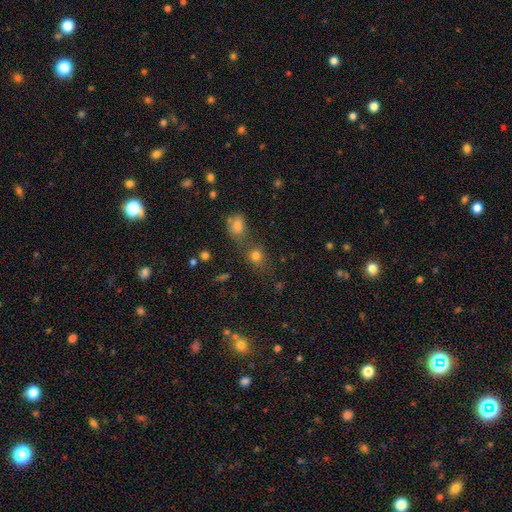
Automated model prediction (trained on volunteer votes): Smooth or featured: smooth — 73% (star or artifact — 18%)
How rounded: round — 67% (in between — 32%)
Merging: none — 54% (merger — 28%)